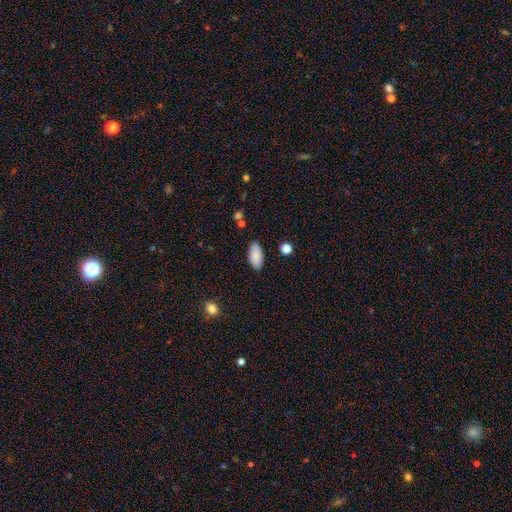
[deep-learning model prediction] This appears to be a smooth galaxy with no disk features (87%) that is in between round and cigar-shaped (92%). Merging: none (87%).